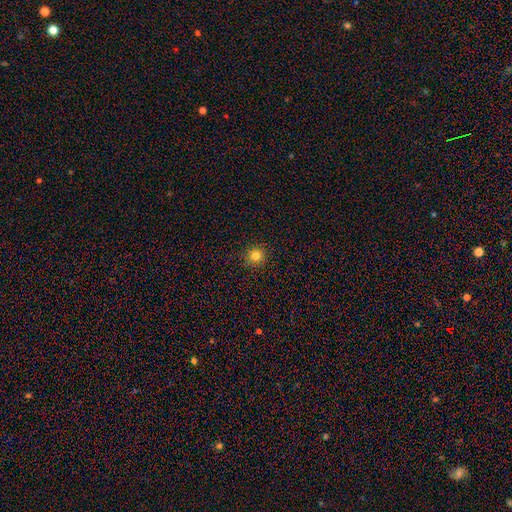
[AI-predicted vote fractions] Q: Smooth or featured?
A: smooth (81%); runner-up: star or artifact (14%)
Q: How rounded?
A: round (93%); runner-up: in between (6%)
Q: Merging?
A: none (92%); runner-up: minor disturbance (6%)